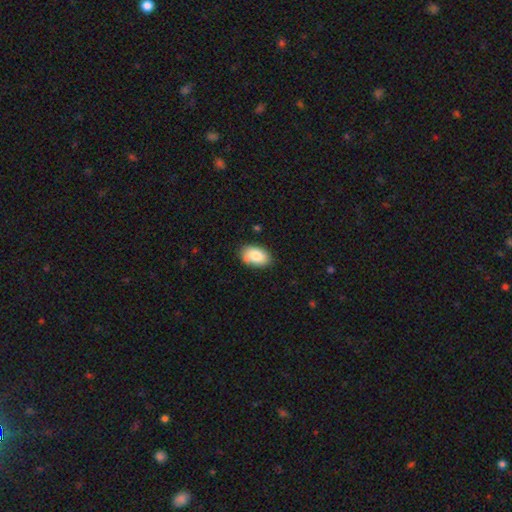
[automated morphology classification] Smooth or featured? smooth (83%)
How rounded? in between (91%)
Merging? none (78%)